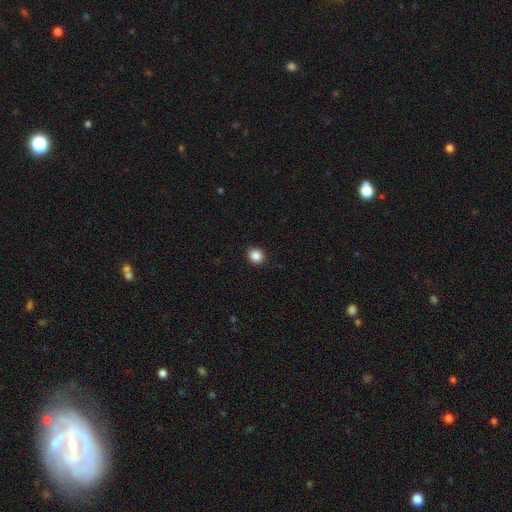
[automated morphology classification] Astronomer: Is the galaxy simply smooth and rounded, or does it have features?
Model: smooth — 87%.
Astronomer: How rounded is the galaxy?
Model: round — 84%.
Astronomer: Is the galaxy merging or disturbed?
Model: none — 91%.